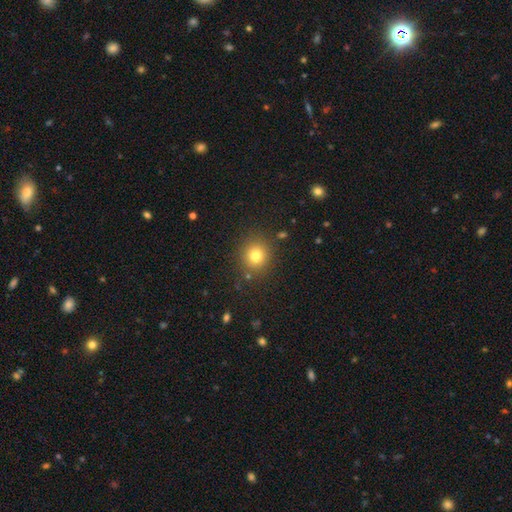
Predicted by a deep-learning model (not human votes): Smooth or featured? smooth (79%)
How rounded? round (88%)
Merging? none (86%)